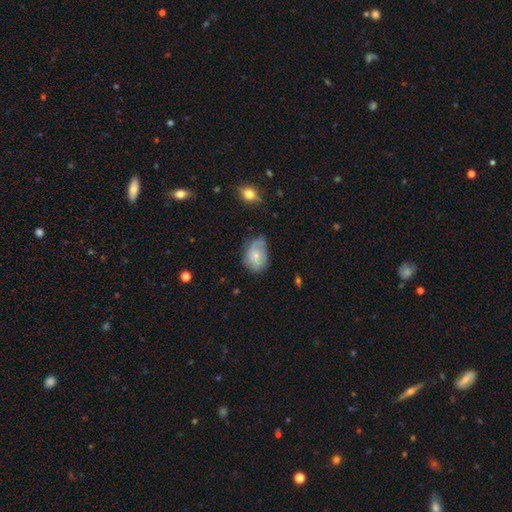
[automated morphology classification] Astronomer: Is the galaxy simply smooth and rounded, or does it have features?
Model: featured or disk — 49% (runner-up: smooth, 43%).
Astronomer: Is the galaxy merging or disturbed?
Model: none — 49% (runner-up: minor disturbance, 34%).